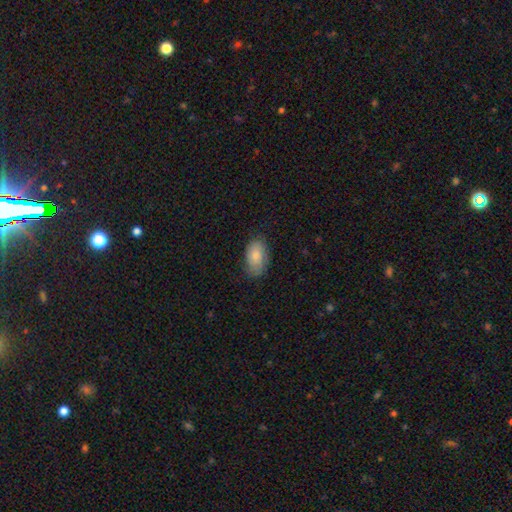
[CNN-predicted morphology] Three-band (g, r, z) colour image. It shows a smooth galaxy with no disk features (81%) that is in between round and cigar-shaped (93%). Merging: none (74%).